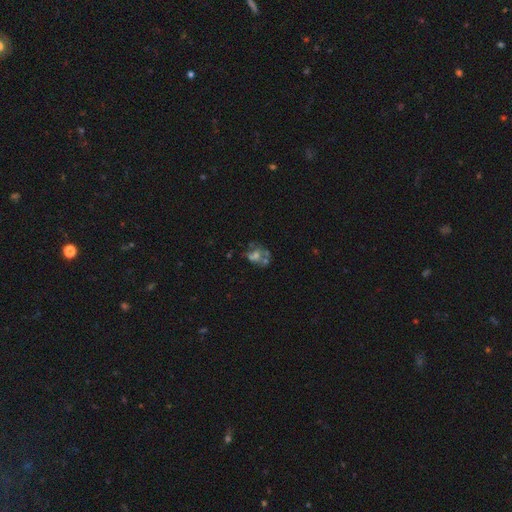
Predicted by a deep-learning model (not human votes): featured or disk 55%, smooth 24%, star or artifact 21%. Down the decision tree: edge-on disk — no (97%); bar — no (84%); spiral arms — no (74%); bulge size — moderate (38%); merging — none (37%).